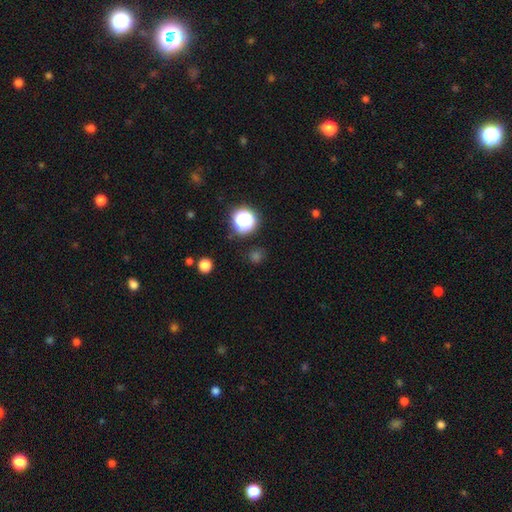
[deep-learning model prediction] Overall: star or artifact (48%; smooth 46%).